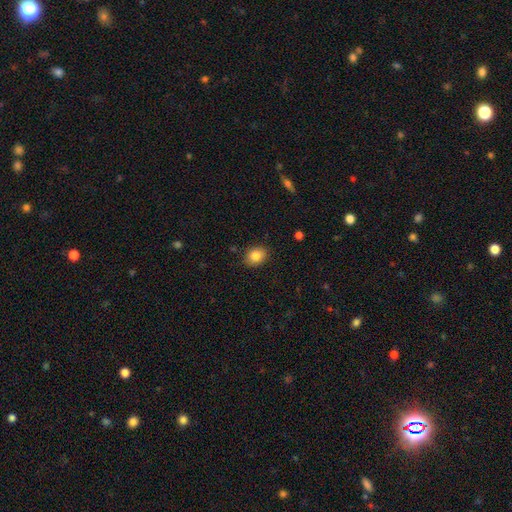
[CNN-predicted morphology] type=smooth (85%); roundness=in between (53%); merging=none (86%).